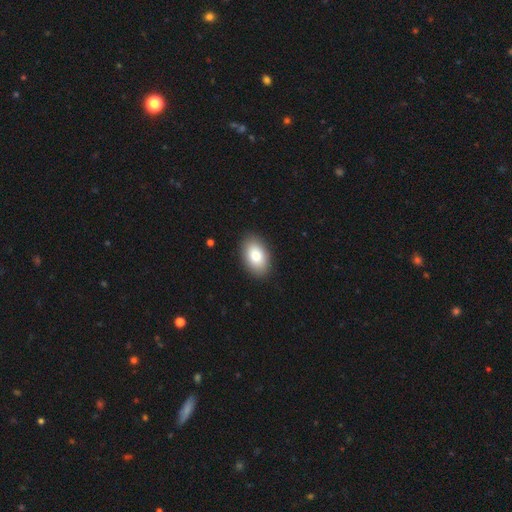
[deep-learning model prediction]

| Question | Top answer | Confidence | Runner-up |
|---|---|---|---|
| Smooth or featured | smooth | 82% | featured or disk (11%) |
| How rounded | in between | 91% | round (7%) |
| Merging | none | 89% | minor disturbance (8%) |